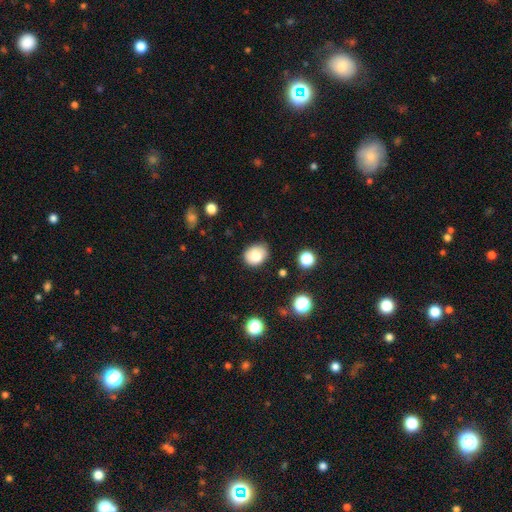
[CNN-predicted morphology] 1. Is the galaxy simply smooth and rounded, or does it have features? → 79% smooth, 12% featured or disk, 9% star or artifact.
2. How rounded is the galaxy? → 55% round, 44% in between, 1% cigar-shaped.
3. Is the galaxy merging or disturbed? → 77% none, 17% minor disturbance, 4% major disturbance, 2% merger.